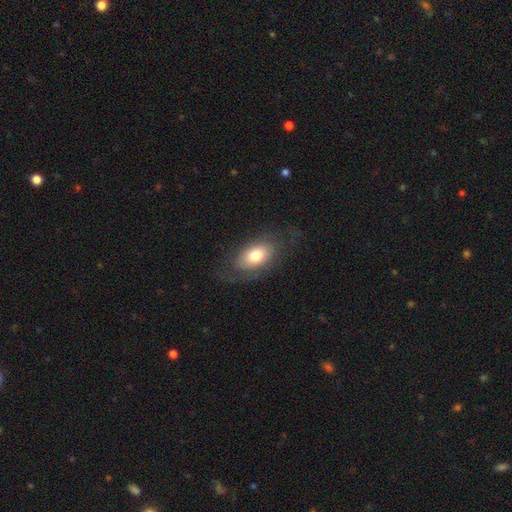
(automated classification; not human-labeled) Smooth or featured? Predicted: smooth (p=0.59). How rounded? Predicted: in between (p=0.90). Merging? Predicted: none (p=0.70).